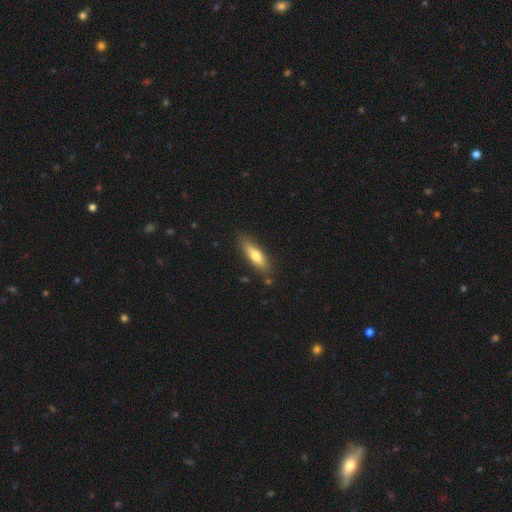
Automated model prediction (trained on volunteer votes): This appears to be a smooth galaxy with no disk features (70%) that is cigar-shaped (56%). Merging: none (80%).